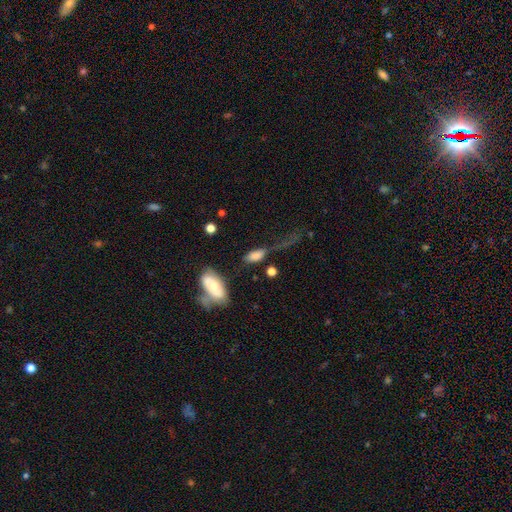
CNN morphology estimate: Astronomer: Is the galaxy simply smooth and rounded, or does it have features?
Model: smooth — 74%.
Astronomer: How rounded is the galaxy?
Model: in between — 84%.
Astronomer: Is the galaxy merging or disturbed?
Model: major disturbance — 37% (runner-up: none, 28%).